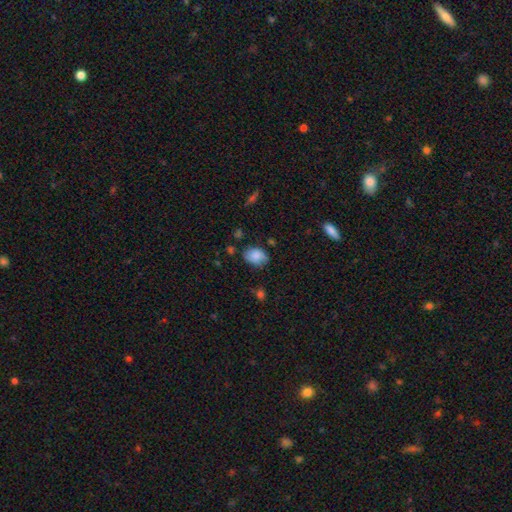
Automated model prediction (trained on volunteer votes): Q: Smooth or featured?
A: smooth (84%); runner-up: featured or disk (8%)
Q: How rounded?
A: in between (71%); runner-up: round (28%)
Q: Merging?
A: none (69%); runner-up: minor disturbance (24%)